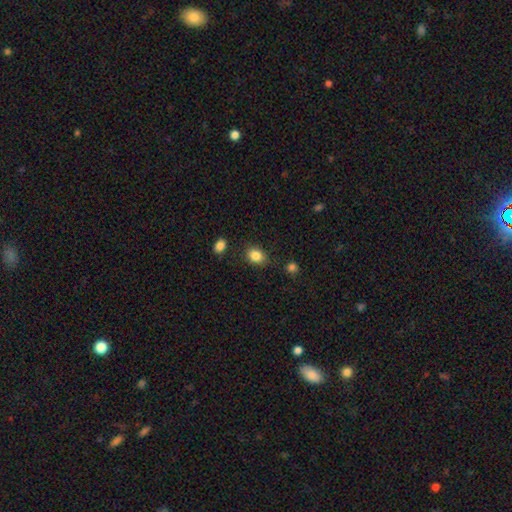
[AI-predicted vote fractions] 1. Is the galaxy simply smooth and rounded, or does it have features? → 85% smooth, 10% star or artifact, 5% featured or disk.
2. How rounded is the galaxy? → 53% in between, 46% round, 1% cigar-shaped.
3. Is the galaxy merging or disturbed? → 82% none, 12% minor disturbance, 3% major disturbance, 3% merger.